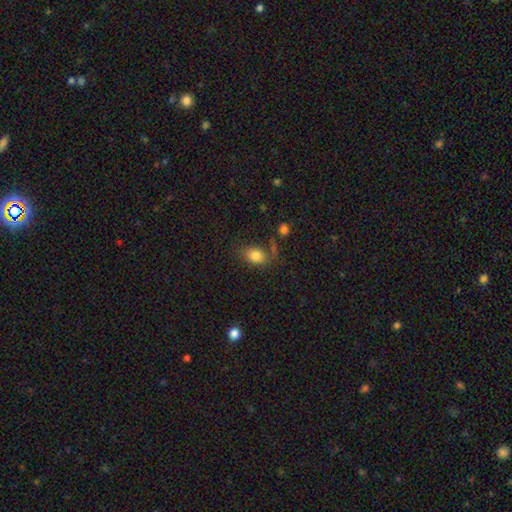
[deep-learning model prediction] The model was most divided on "merging": none: 56%, minor disturbance: 22%, major disturbance: 14%, merger: 8%. More confident: smooth or featured — smooth (80%); how rounded — in between (68%).